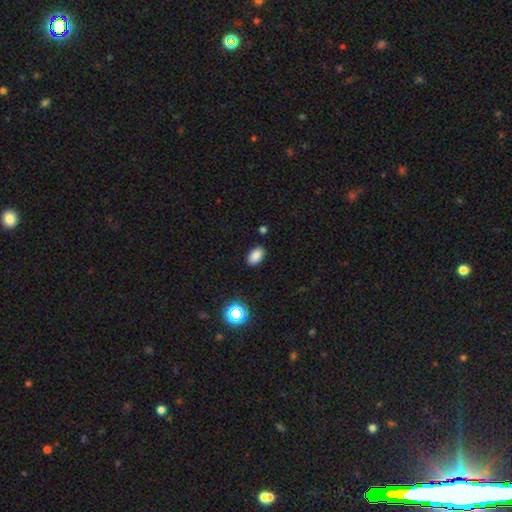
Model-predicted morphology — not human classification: type=smooth (84%); roundness=in between (91%); merging=none (88%).